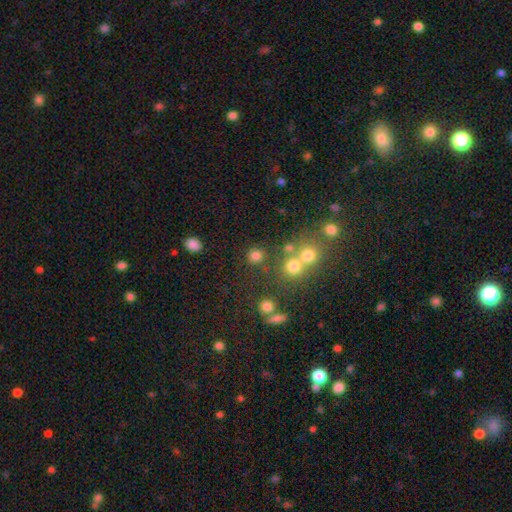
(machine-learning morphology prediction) Smooth or featured?
  - smooth: 78% *
  - star or artifact: 16%
  - featured or disk: 7%
How rounded?
  - round: 87% *
  - in between: 12%
  - cigar-shaped: 1%
Merging?
  - none: 76% *
  - merger: 12%
  - minor disturbance: 8%
  - major disturbance: 4%